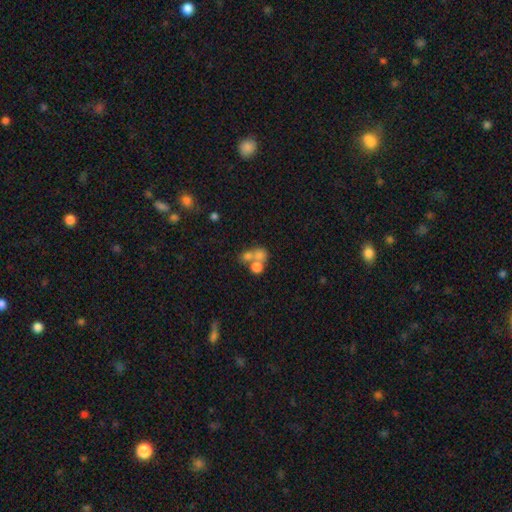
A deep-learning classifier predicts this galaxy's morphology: Overall: smooth (62%; featured or disk 23%). How rounded: round (63%; in between 36%). Merging: merger (60%; none 26%).